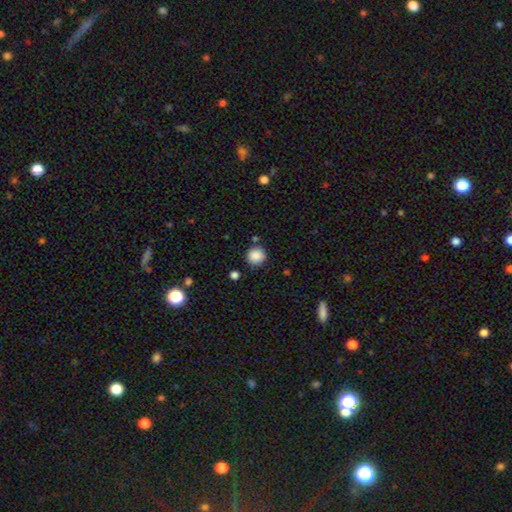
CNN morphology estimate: Smooth or featured? Predicted: smooth (p=0.87). How rounded? Predicted: round (p=0.91). Merging? Predicted: none (p=0.83).